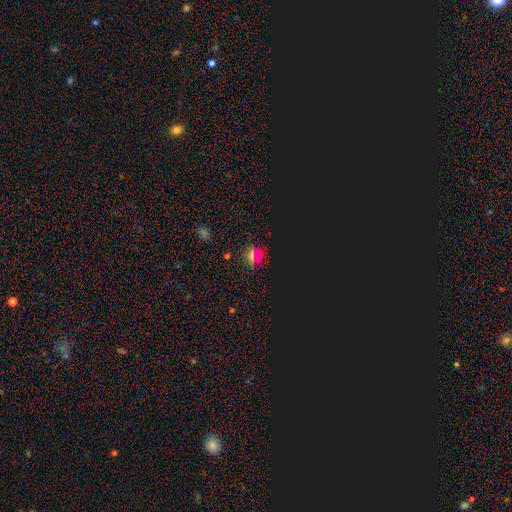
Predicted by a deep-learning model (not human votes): This appears to be a star or artifact, not a galaxy (54%).